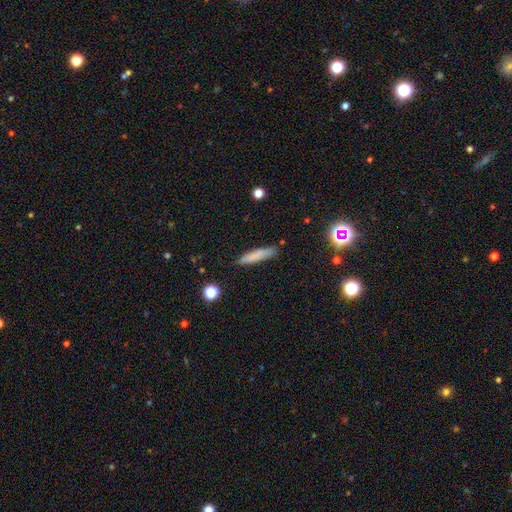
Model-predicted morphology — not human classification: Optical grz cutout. It shows a smooth galaxy with no disk features (79%) that is cigar-shaped (87%). Merging: none (84%).